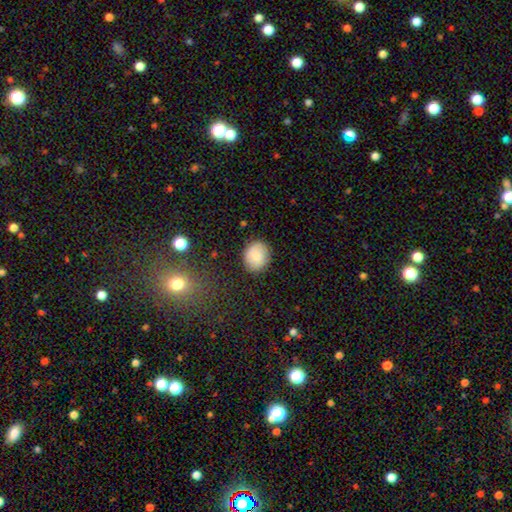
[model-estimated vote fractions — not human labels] This is clearly a smooth galaxy (82%). How rounded: likely round (62%). Merging: clearly none (86%).